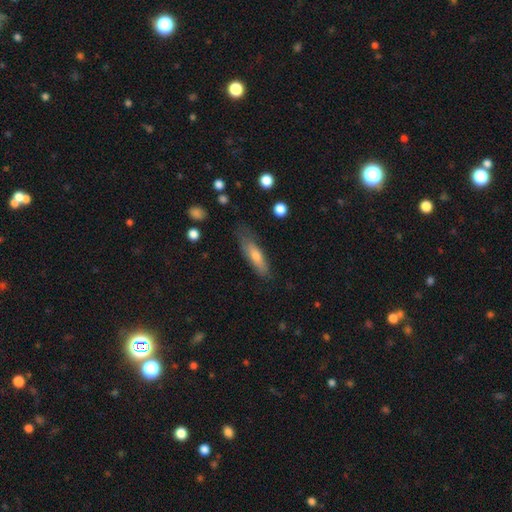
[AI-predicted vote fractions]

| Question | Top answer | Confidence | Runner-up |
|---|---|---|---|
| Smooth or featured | smooth | 66% | featured or disk (27%) |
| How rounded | cigar-shaped | 64% | in between (34%) |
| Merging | none | 67% | minor disturbance (24%) |